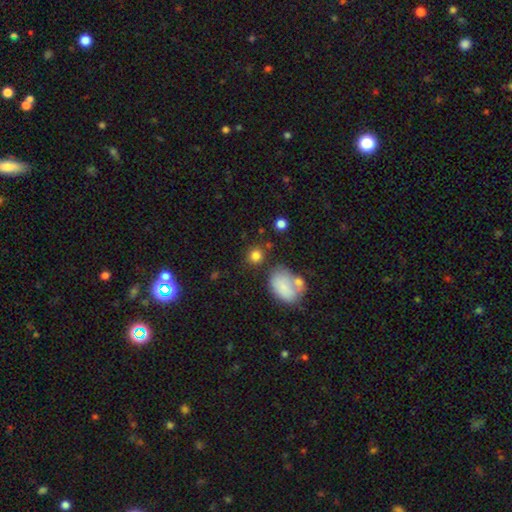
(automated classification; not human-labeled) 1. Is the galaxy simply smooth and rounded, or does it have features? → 82% smooth, 11% star or artifact, 7% featured or disk.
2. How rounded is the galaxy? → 74% round, 24% in between, 2% cigar-shaped.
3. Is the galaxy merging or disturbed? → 69% none, 13% minor disturbance, 12% merger, 6% major disturbance.